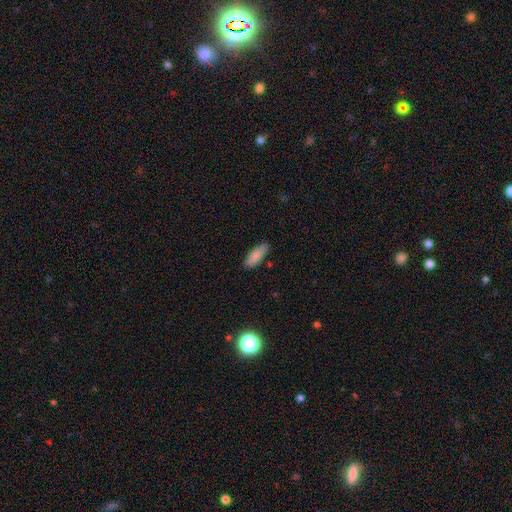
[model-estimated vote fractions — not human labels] This is clearly a smooth galaxy (86%). How rounded: likely in between (64%). Merging: clearly none (83%).